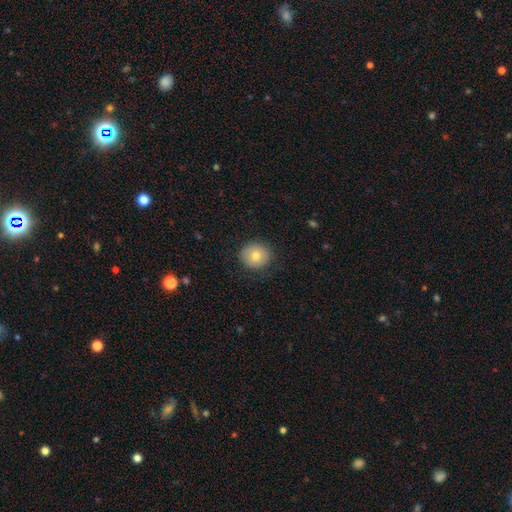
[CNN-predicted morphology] Smooth or featured? smooth (76%)
How rounded? round (85%)
Merging? none (85%)